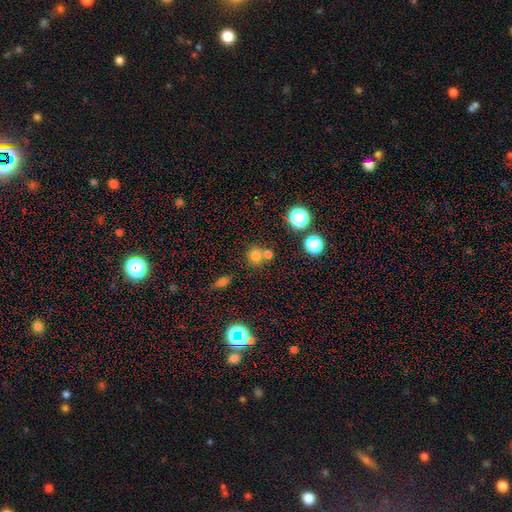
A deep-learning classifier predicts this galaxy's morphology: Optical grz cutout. It shows a smooth galaxy with no disk features (68%) that is round (84%). Merging: none (53%).